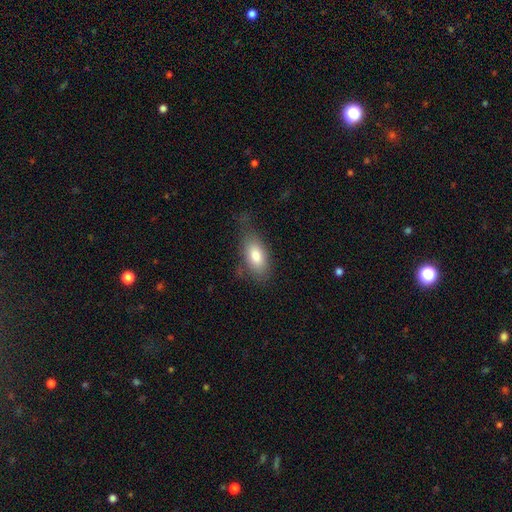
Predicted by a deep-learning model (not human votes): Morphology: type=smooth (78%); roundness=in between (88%); merging=none (55%).